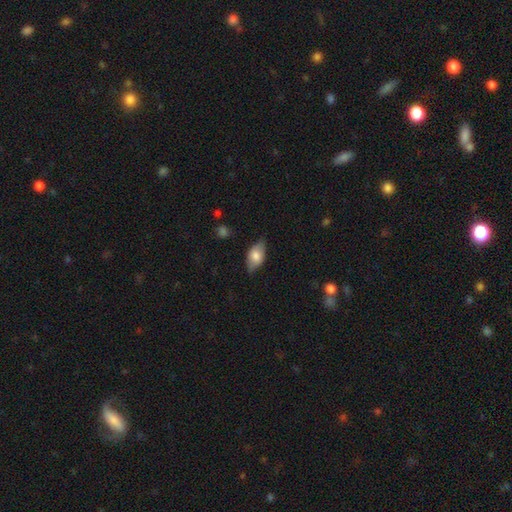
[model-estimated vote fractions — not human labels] The model was most divided on "smooth or featured": smooth: 71%, featured or disk: 22%, star or artifact: 7%. More confident: how rounded — in between (90%); merging — none (77%).